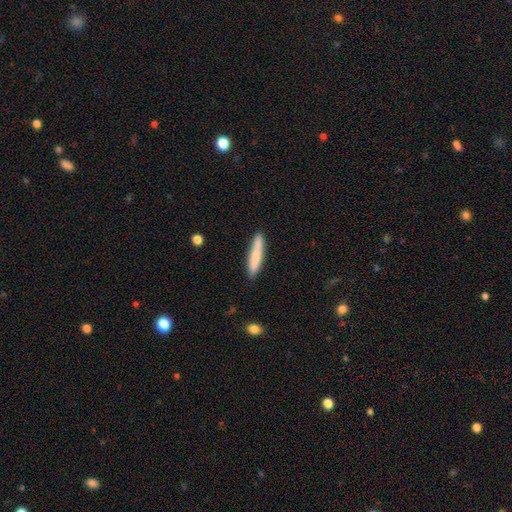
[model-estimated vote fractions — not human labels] Morphology: type=smooth (78%); roundness=cigar-shaped (91%); merging=none (85%).